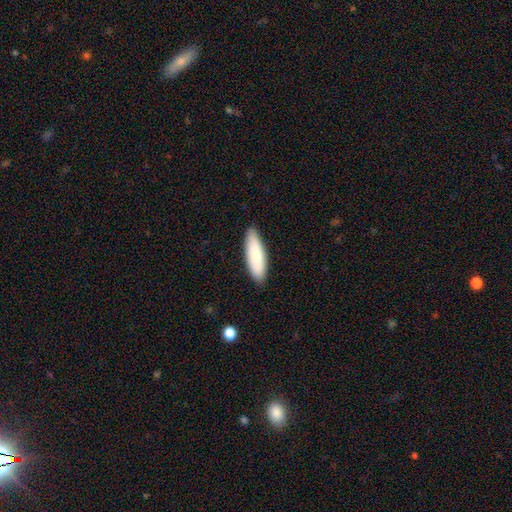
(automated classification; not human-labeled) Smooth or featured? Predicted: smooth (p=0.84). How rounded? Predicted: in between (p=0.49, tied with cigar-shaped). Merging? Predicted: none (p=0.88).